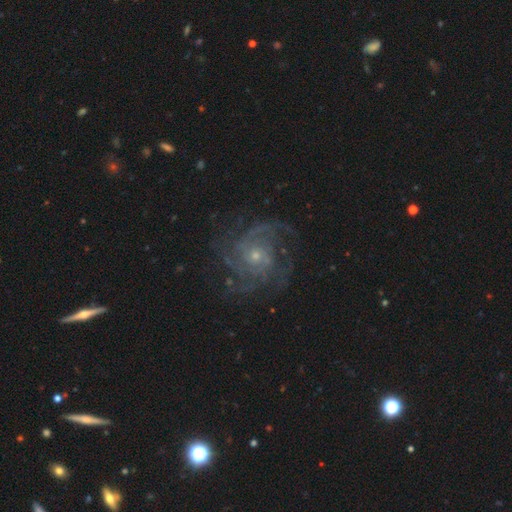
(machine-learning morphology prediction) This appears to be a featured or disk galaxy (87%) with no bar (76%), 3 (23%, tied with can't tell) tight (50%) spiral arms (97%) and a small central bulge (69%). Merging: none (72%).